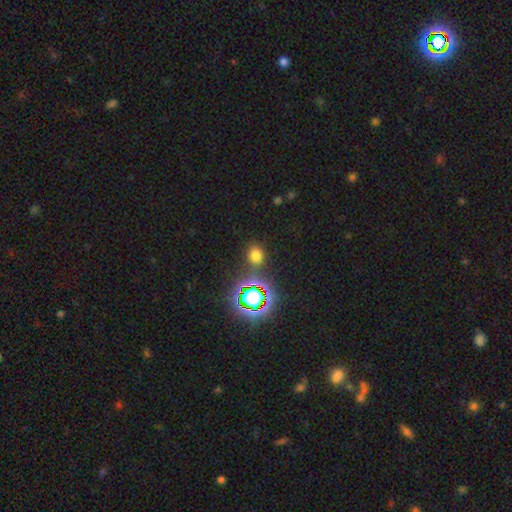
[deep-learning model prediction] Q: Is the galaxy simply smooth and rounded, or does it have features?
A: smooth — 63%.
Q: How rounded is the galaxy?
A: round — 72%.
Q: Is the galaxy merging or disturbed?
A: none — 82%.